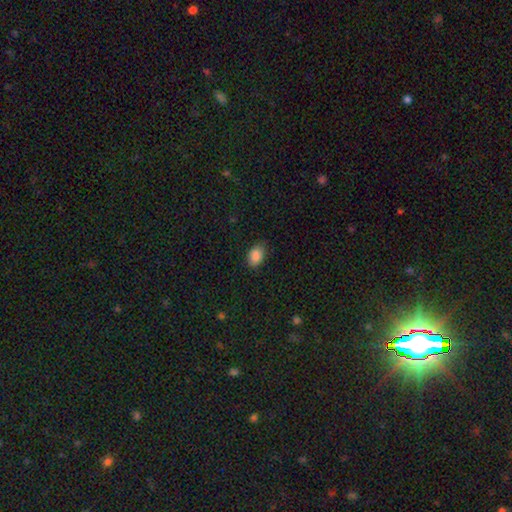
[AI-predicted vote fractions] Smooth or featured? smooth (88%)
How rounded? in between (84%)
Merging? none (77%)